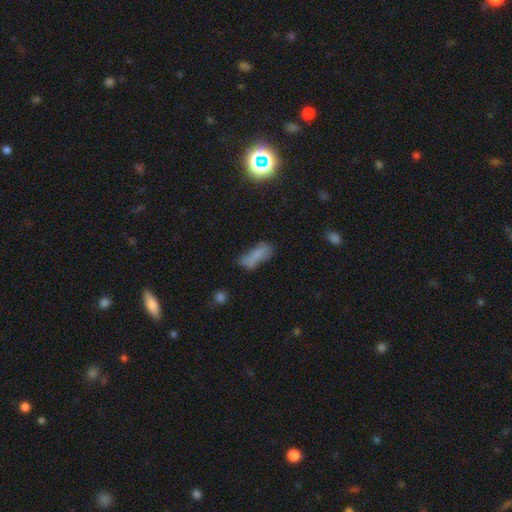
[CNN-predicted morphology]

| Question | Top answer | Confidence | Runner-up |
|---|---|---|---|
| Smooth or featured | smooth | 66% | featured or disk (18%) |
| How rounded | in between | 61% | cigar-shaped (36%) |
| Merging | none | 46% | minor disturbance (28%) |